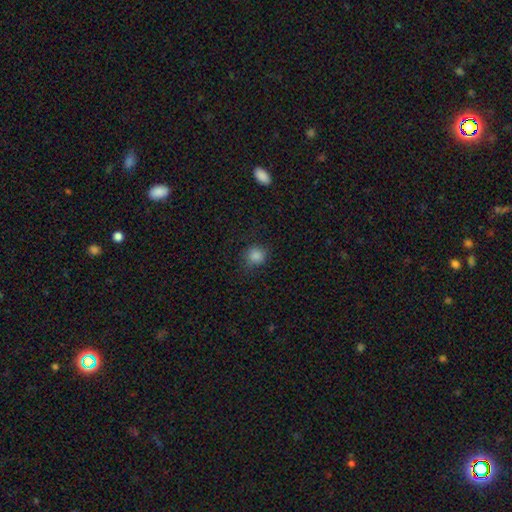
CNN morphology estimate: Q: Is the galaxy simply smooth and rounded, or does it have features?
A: smooth — 84%.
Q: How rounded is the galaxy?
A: round — 85%.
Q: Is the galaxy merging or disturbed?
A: none — 79%.